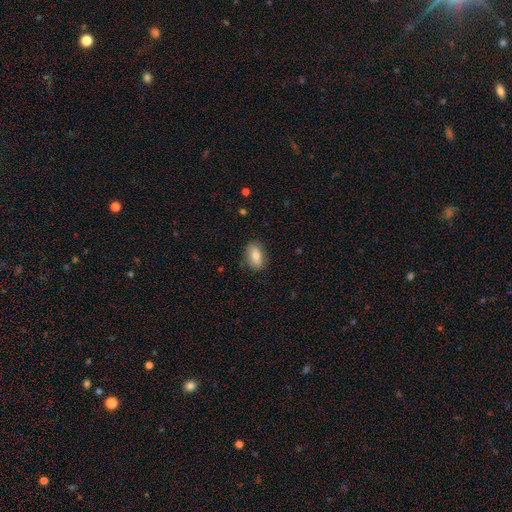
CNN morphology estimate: This appears to be a smooth galaxy with no disk features (76%) that is in between round and cigar-shaped (88%). Merging: none (84%).